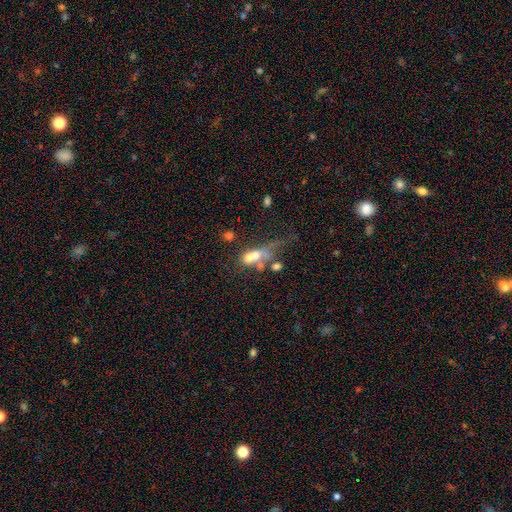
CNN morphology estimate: The model was most divided on "smooth or featured": smooth: 46%, featured or disk: 39%, star or artifact: 15%. Remaining: merging — merger (49%).